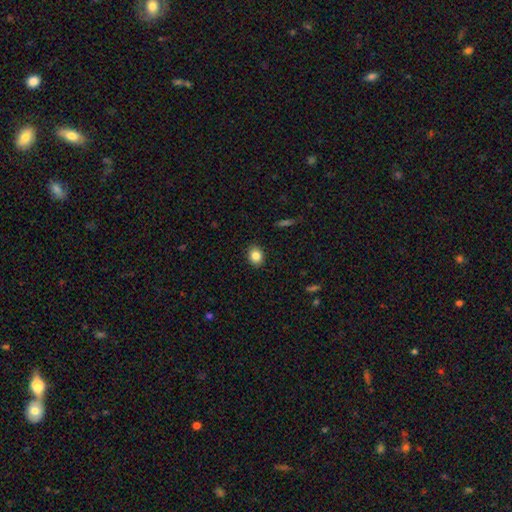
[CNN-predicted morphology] Smooth or featured? Predicted: smooth (p=0.84). How rounded? Predicted: round (p=0.60). Merging? Predicted: none (p=0.90).